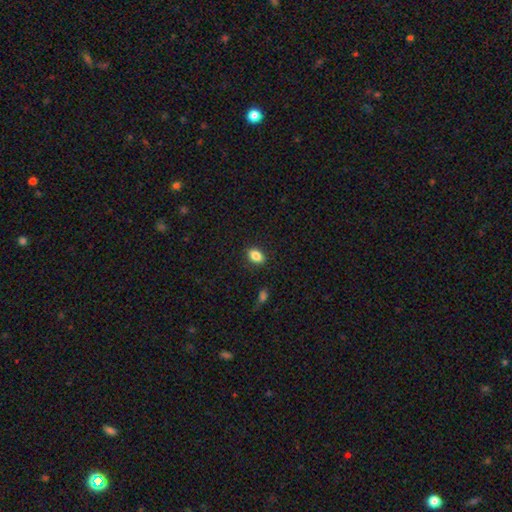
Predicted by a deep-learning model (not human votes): A smooth galaxy with no disk features (86%) that is in between round and cigar-shaped (81%).

Vote fractions:
- Smooth or featured? smooth: 86% / star or artifact: 9% / featured or disk: 5%
- How rounded? in between: 81% / round: 17% / cigar-shaped: 2%
- Merging? none: 88% / minor disturbance: 8% / major disturbance: 2% / merger: 2%